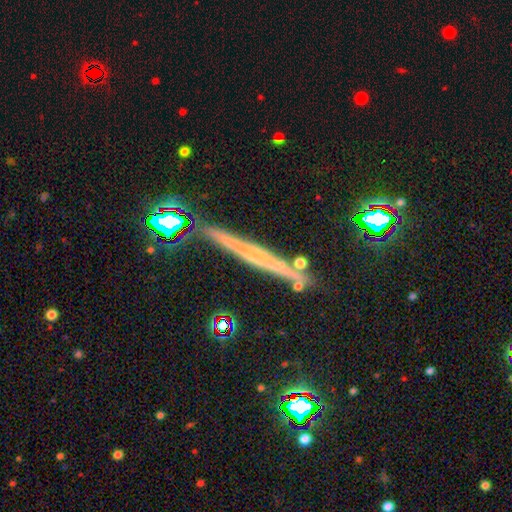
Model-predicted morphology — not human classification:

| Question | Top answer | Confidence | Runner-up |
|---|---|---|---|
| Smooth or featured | featured or disk | 59% | smooth (25%) |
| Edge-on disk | yes | 95% | no (5%) |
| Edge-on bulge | none | 54% | rounded (36%) |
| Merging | none | 82% | minor disturbance (11%) |